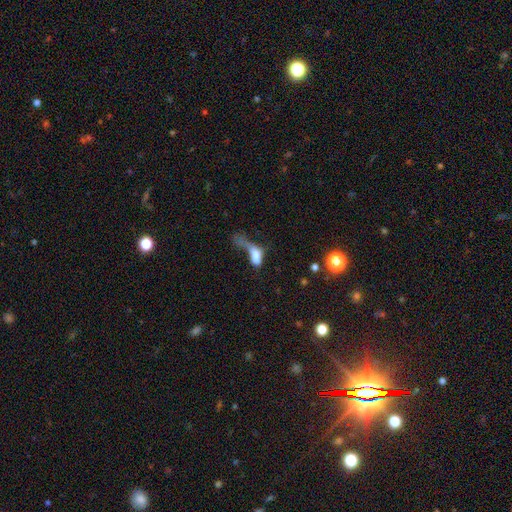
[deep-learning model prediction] Smooth or featured? smooth (61%)
How rounded? in between (74%)
Merging? major disturbance (59%)